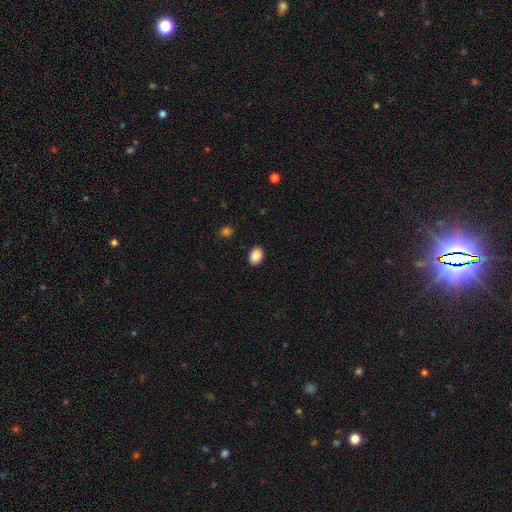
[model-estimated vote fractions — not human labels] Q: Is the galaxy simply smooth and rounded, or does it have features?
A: smooth — 89%.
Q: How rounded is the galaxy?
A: in between — 77%.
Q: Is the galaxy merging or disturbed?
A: none — 89%.